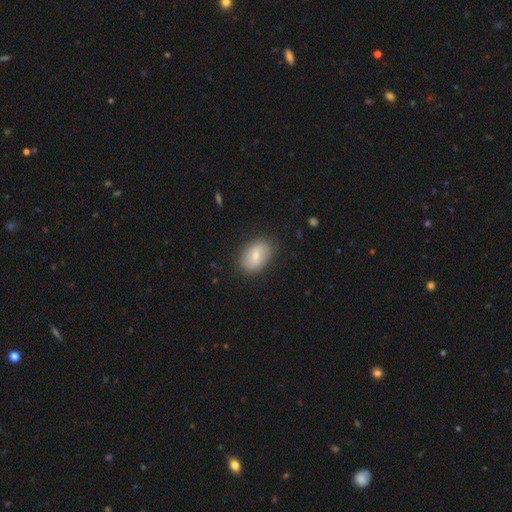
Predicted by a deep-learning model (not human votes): This is likely a smooth galaxy (69%). How rounded: clearly in between (85%). Merging: clearly none (83%).